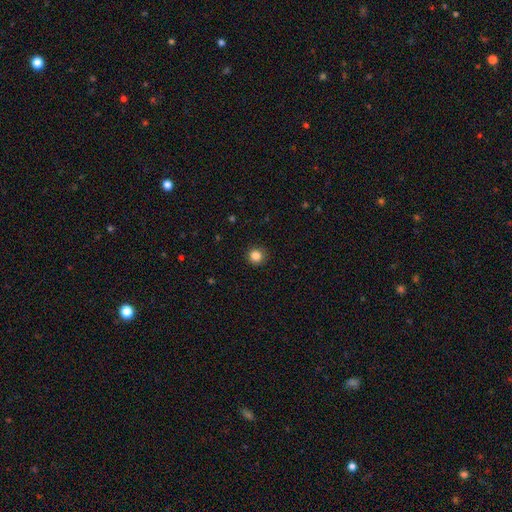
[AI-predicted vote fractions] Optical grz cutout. It shows a smooth galaxy with no disk features (85%) that is round (94%). Merging: none (90%).